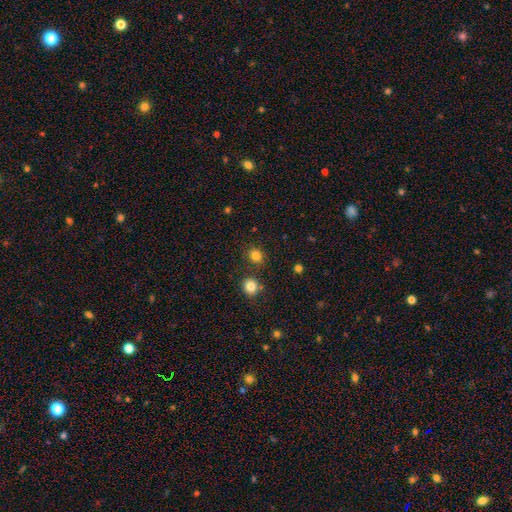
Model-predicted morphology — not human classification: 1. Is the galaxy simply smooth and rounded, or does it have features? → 82% smooth, 13% star or artifact, 5% featured or disk.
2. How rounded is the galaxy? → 71% round, 28% in between, 1% cigar-shaped.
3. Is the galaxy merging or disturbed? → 82% none, 9% minor disturbance, 6% merger, 3% major disturbance.